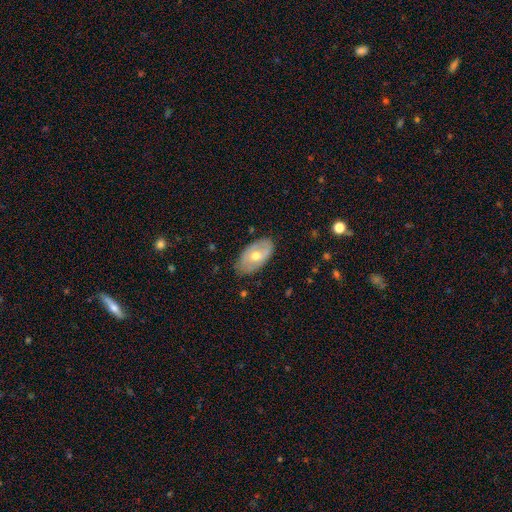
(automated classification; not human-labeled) smooth-or-featured: smooth: 48% | featured or disk: 46% | star or artifact: 6%
  merging: none: 78% | minor disturbance: 17% | major disturbance: 4% | merger: 1%